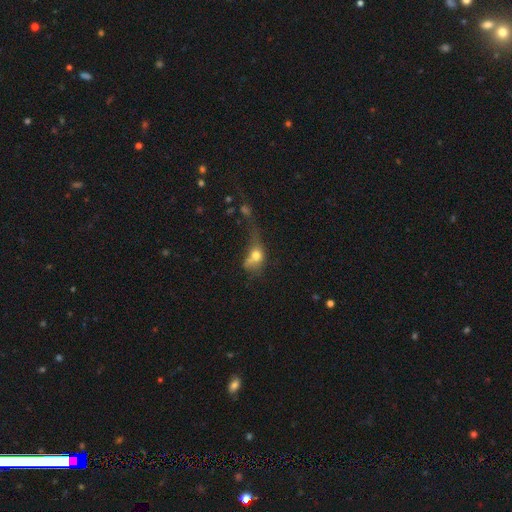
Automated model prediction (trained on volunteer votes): smooth_or_featured: smooth (p=0.64) [alt: featured or disk p=0.23]
how_rounded: in between (p=0.56) [alt: round p=0.38]
merging: major disturbance (p=0.39) [alt: merger p=0.24]